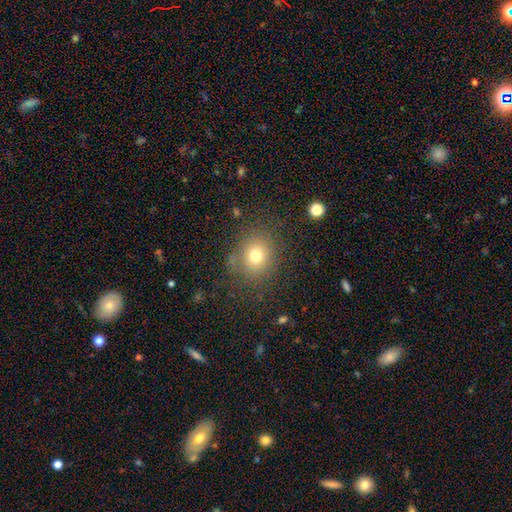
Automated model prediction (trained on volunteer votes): A smooth galaxy with no disk features (72%) that is round (77%).

Vote fractions:
- Smooth or featured? smooth: 72% / star or artifact: 16% / featured or disk: 12%
- How rounded? round: 77% / in between: 22% / cigar-shaped: 1%
- Merging? none: 80% / minor disturbance: 12% / major disturbance: 6% / merger: 2%